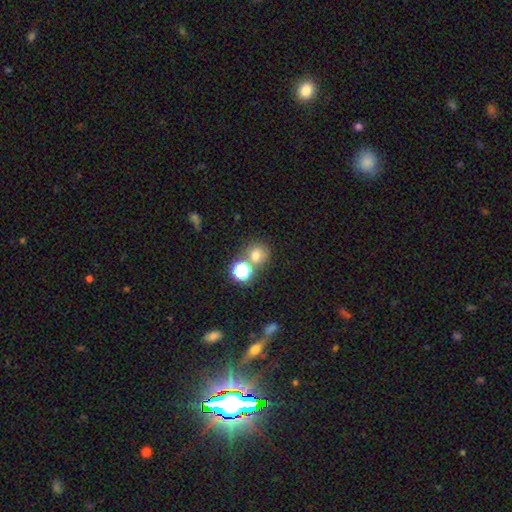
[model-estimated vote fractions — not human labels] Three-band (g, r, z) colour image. It shows a smooth galaxy with no disk features (71%) that is round (85%). Merging: none (63%).